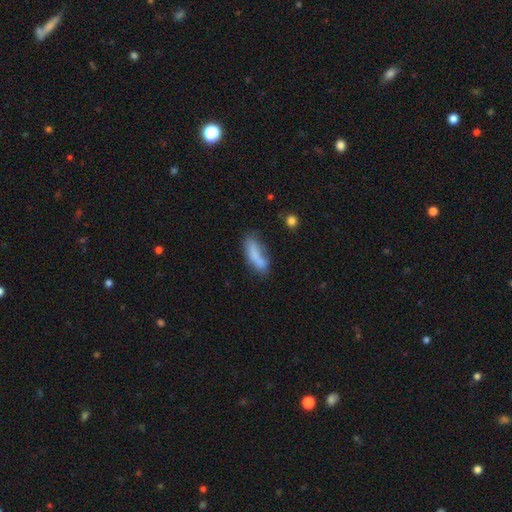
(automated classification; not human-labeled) Overall: smooth (74%). How rounded: in between (53%; cigar-shaped 45%). Merging: none (47%; minor disturbance 26%).